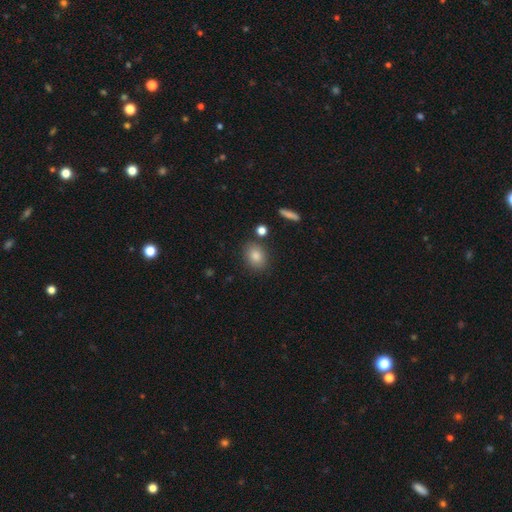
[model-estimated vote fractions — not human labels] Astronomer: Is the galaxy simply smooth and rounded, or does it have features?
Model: smooth — 82%.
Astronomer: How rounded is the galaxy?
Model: in between — 54% (runner-up: round, 44%).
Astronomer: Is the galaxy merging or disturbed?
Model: none — 83%.